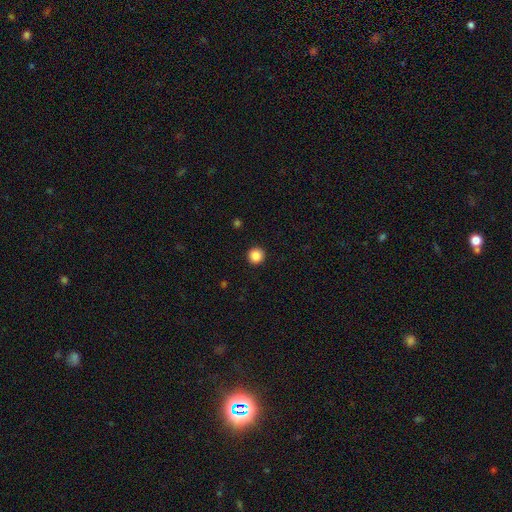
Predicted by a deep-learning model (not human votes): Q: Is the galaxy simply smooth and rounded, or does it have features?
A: smooth — 87%.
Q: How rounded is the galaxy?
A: round — 96%.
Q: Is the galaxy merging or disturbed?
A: none — 93%.